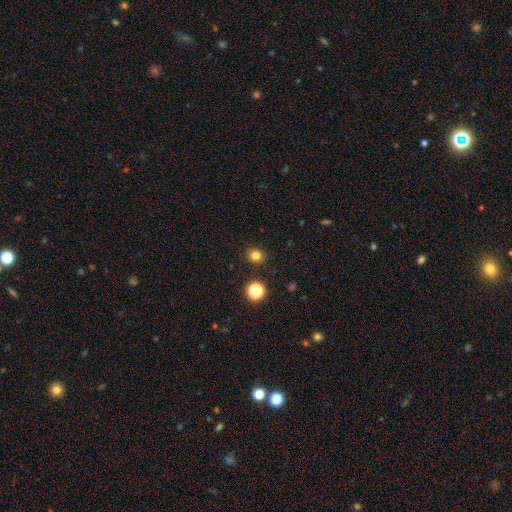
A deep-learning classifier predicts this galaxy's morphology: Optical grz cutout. It shows a smooth galaxy with no disk features (80%) that is round (77%). Merging: none (90%).